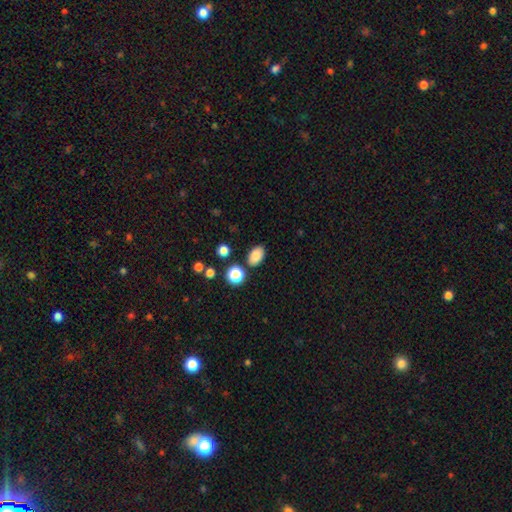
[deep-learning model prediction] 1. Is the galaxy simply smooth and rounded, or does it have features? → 84% smooth, 10% star or artifact, 6% featured or disk.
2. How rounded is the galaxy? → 84% in between, 14% round, 1% cigar-shaped.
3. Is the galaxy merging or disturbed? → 83% none, 10% minor disturbance, 5% merger, 3% major disturbance.